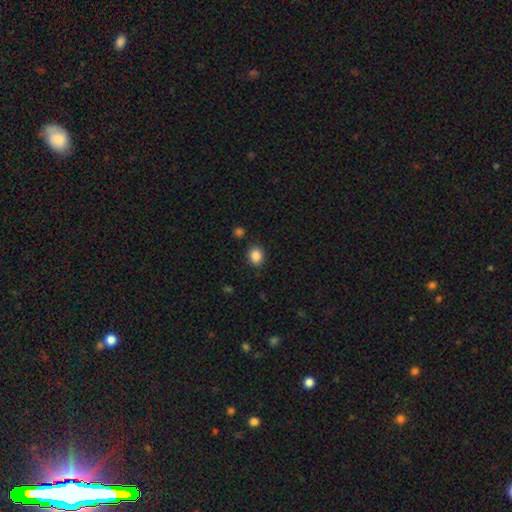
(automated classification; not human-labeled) Smooth or featured?
  - smooth: 87% *
  - star or artifact: 9%
  - featured or disk: 4%
How rounded?
  - round: 57% *
  - in between: 42%
  - cigar-shaped: 1%
Merging?
  - none: 86% *
  - minor disturbance: 9%
  - major disturbance: 3%
  - merger: 2%